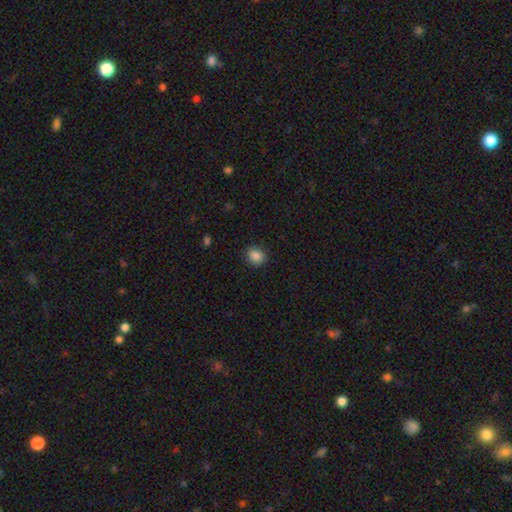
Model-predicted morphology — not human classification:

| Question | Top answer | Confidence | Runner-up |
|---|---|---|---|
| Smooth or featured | smooth | 86% | star or artifact (10%) |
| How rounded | round | 66% | in between (33%) |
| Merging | none | 88% | minor disturbance (9%) |